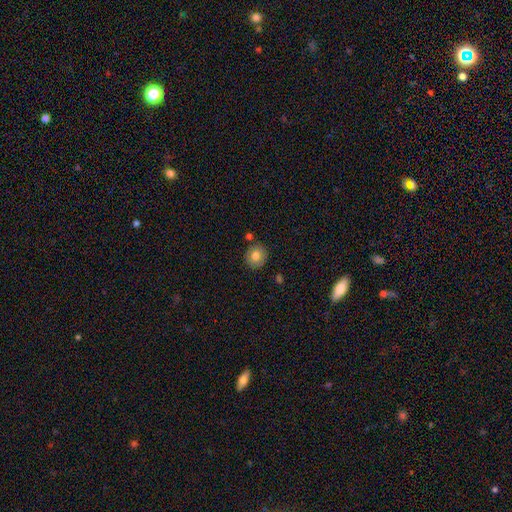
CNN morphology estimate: smooth-or-featured: smooth: 77% | featured or disk: 13% | star or artifact: 9%
  how-rounded: round: 84% | in between: 15% | cigar-shaped: 1%
  merging: none: 84% | minor disturbance: 9% | merger: 4% | major disturbance: 2%